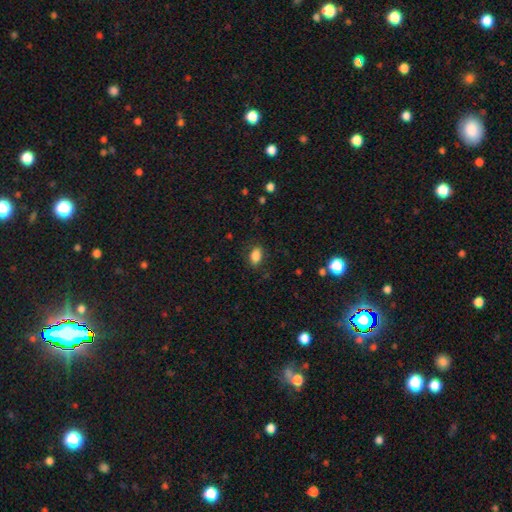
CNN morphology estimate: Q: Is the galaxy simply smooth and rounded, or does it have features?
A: smooth — 86%.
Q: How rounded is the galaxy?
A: in between — 88%.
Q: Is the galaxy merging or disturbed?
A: none — 83%.